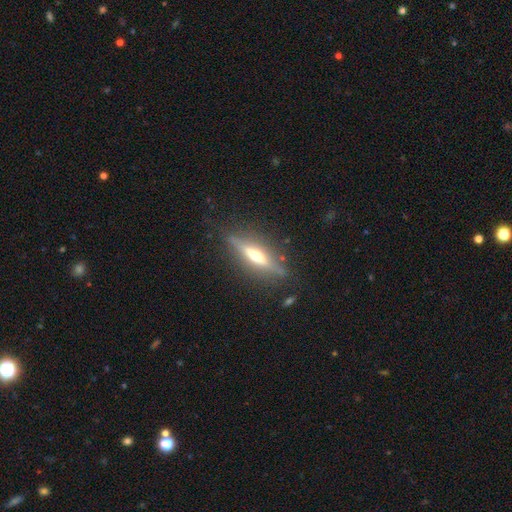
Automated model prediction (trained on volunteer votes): Q: Smooth or featured?
A: featured or disk (69%); runner-up: smooth (24%)
Q: Edge-on disk?
A: yes (93%); runner-up: no (7%)
Q: Edge-on bulge?
A: rounded (85%); runner-up: boxy (8%)
Q: Merging?
A: none (82%); runner-up: minor disturbance (12%)